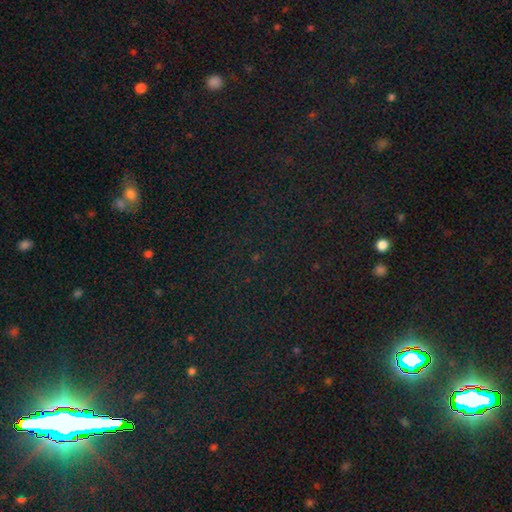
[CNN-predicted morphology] The model was most divided on "smooth or featured": star or artifact: 81%, smooth: 11%, featured or disk: 8%.